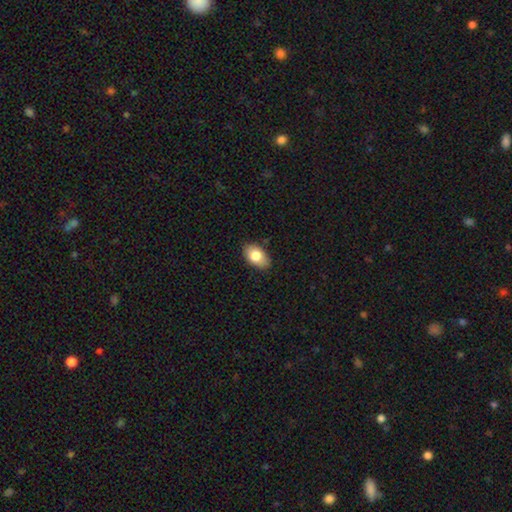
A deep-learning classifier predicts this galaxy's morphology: Smooth or featured? Predicted: smooth (p=0.80). How rounded? Predicted: in between (p=0.91). Merging? Predicted: none (p=0.83).